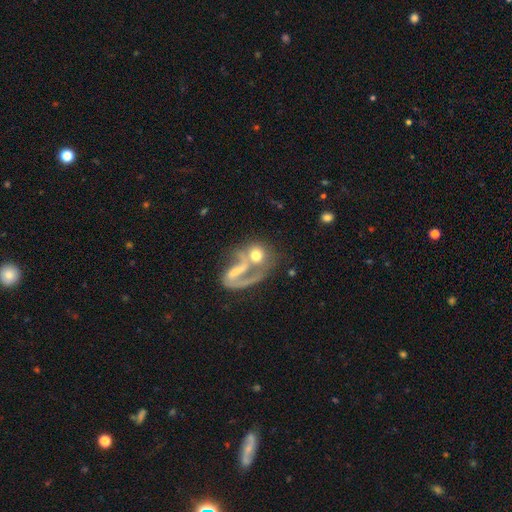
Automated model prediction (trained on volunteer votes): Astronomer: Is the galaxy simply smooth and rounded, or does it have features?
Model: smooth — 47% (runner-up: featured or disk, 44%).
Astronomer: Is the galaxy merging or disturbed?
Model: merger — 51%.